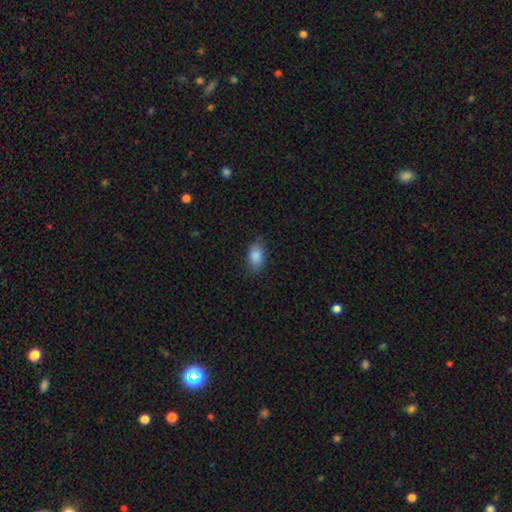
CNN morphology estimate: smooth-or-featured: smooth: 87% | star or artifact: 7% | featured or disk: 6%
  how-rounded: in between: 88% | round: 10% | cigar-shaped: 2%
  merging: none: 76% | minor disturbance: 18% | major disturbance: 4% | merger: 1%